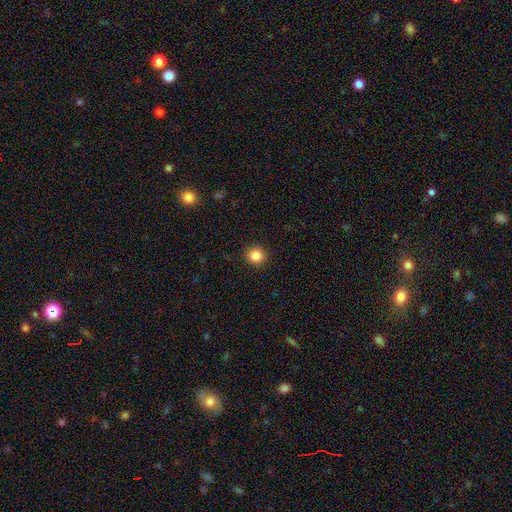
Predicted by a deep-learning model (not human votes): Smooth or featured: smooth — 85% (star or artifact — 11%)
How rounded: round — 94% (in between — 5%)
Merging: none — 93% (minor disturbance — 4%)